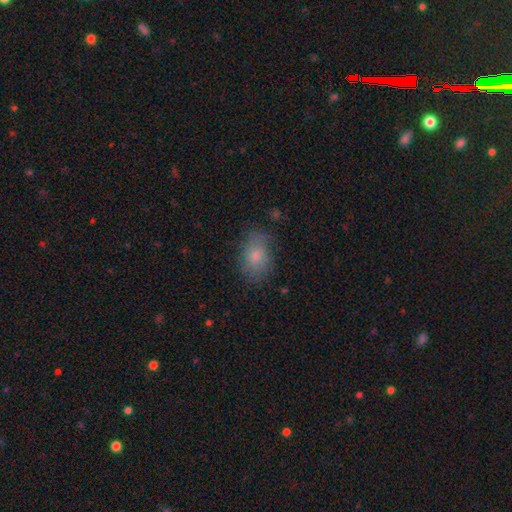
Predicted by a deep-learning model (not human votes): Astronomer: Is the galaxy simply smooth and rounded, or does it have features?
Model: smooth — 78%.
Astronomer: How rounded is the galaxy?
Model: in between — 81%.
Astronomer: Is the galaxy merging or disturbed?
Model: none — 73%.